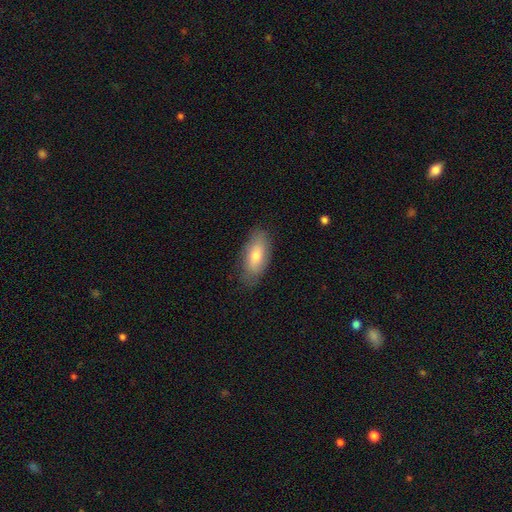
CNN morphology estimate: Q: Smooth or featured?
A: smooth (75%); runner-up: featured or disk (19%)
Q: How rounded?
A: in between (87%); runner-up: cigar-shaped (10%)
Q: Merging?
A: none (81%); runner-up: minor disturbance (15%)